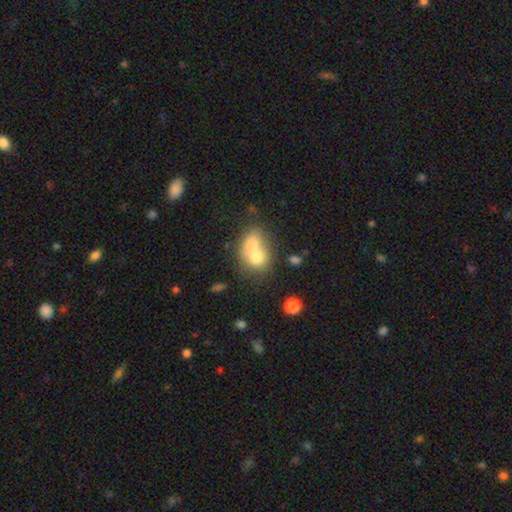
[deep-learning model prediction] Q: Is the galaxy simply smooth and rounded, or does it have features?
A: smooth — 67%.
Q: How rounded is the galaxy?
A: in between — 54%.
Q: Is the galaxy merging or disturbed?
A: merger — 68%.